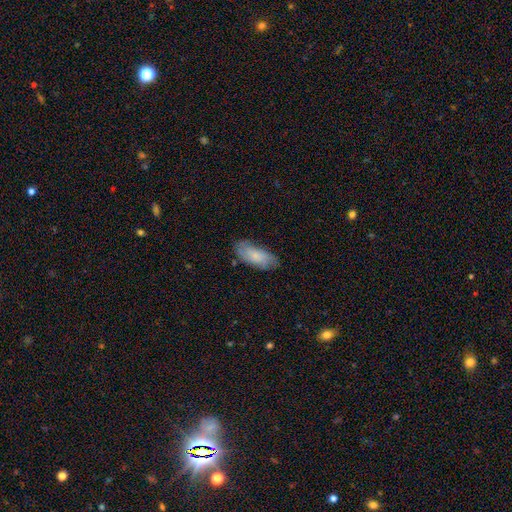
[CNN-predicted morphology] Smooth or featured: smooth — 62% (featured or disk — 31%)
How rounded: in between — 86% (cigar-shaped — 12%)
Merging: none — 72% (minor disturbance — 22%)